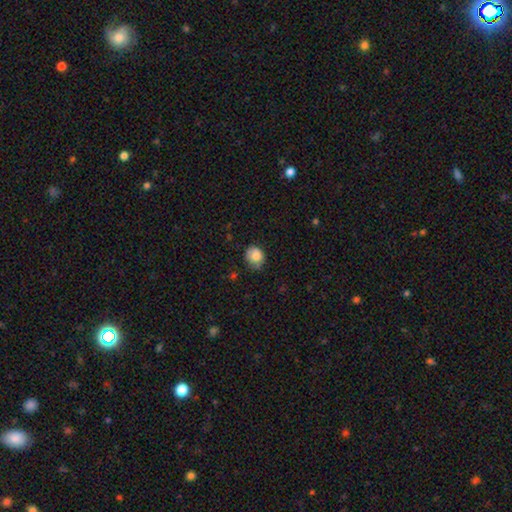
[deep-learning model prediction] Smooth or featured? smooth (83%)
How rounded? round (73%)
Merging? none (65%)